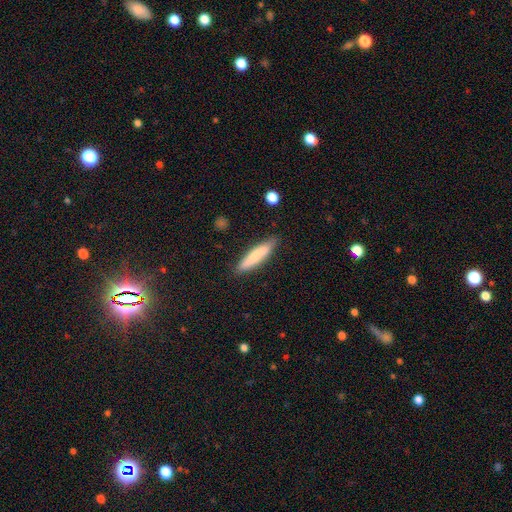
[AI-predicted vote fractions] smooth_or_featured: smooth (p=0.79) [alt: featured or disk p=0.15]
how_rounded: cigar-shaped (p=0.84) [alt: in between p=0.14]
merging: none (p=0.85) [alt: minor disturbance p=0.12]